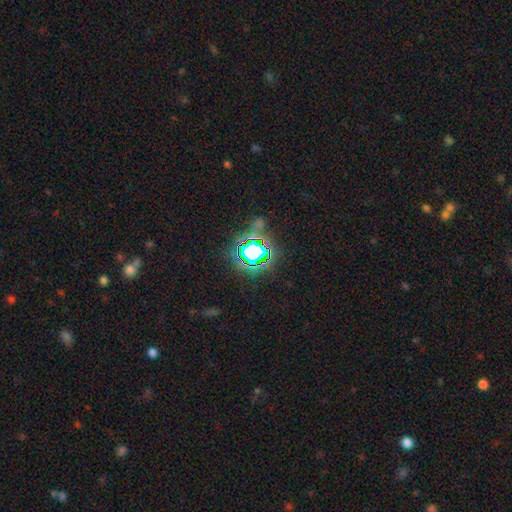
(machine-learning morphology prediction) star or artifact 81%, smooth 13%, featured or disk 7%.